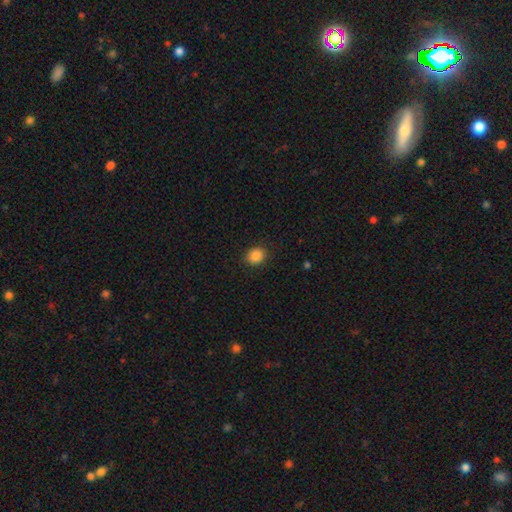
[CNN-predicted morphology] smooth 88%, star or artifact 10%, featured or disk 3%. Down the decision tree: how rounded — round (71%); merging — none (89%).